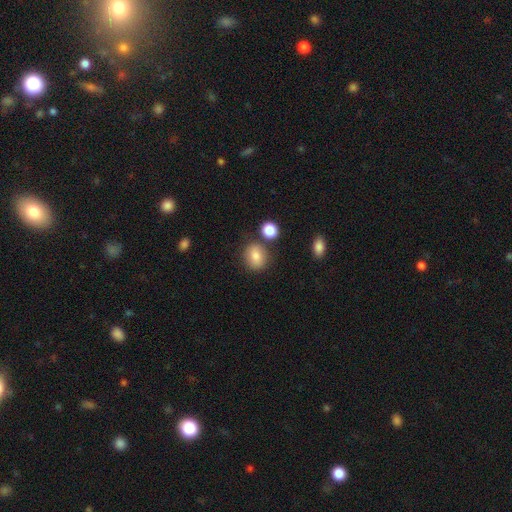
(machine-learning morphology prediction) smooth 82%, star or artifact 10%, featured or disk 8%. Down the decision tree: how rounded — round (64%); merging — none (74%).